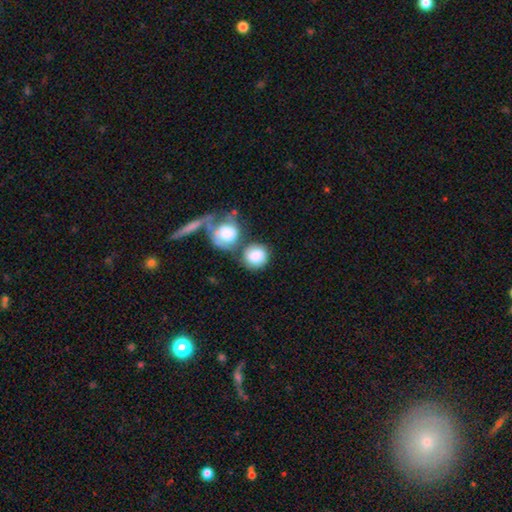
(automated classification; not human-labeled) smooth-or-featured: smooth: 79% | featured or disk: 14% | star or artifact: 7%
  how-rounded: round: 84% | in between: 15% | cigar-shaped: 1%
  merging: none: 42% | merger: 37% | minor disturbance: 13% | major disturbance: 8%